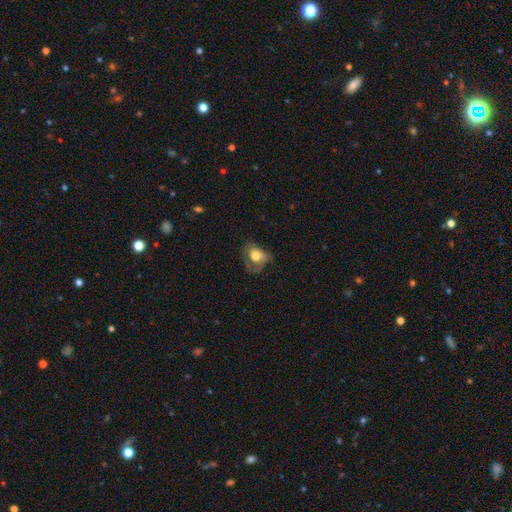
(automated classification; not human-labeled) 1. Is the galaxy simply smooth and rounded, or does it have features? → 59% smooth, 32% featured or disk, 8% star or artifact.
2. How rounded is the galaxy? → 64% in between, 35% round, 1% cigar-shaped.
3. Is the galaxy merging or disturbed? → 38% major disturbance, 32% none, 28% minor disturbance, 2% merger.